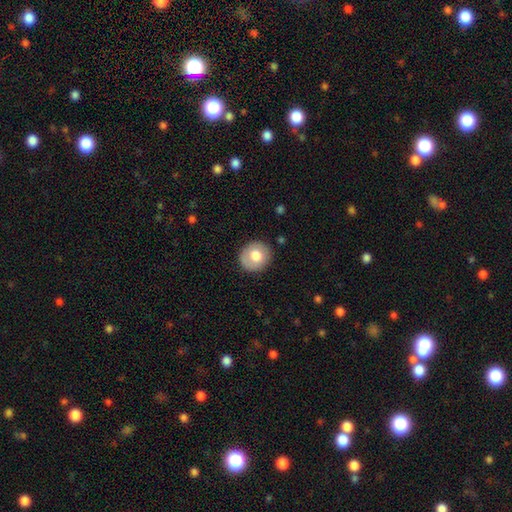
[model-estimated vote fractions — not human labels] This is likely a smooth galaxy (73%). How rounded: clearly round (85%). Merging: clearly none (84%).